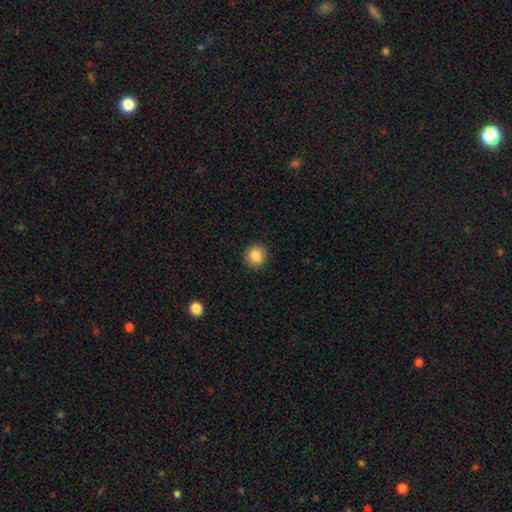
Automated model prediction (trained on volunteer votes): Smooth or featured: smooth — 85% (star or artifact — 9%)
How rounded: round — 92% (in between — 7%)
Merging: none — 91% (minor disturbance — 6%)